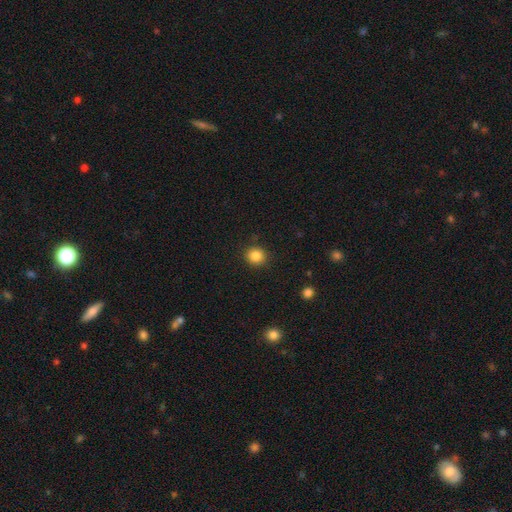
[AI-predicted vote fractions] Smooth or featured: smooth — 86% (star or artifact — 10%)
How rounded: round — 86% (in between — 13%)
Merging: none — 90% (minor disturbance — 7%)